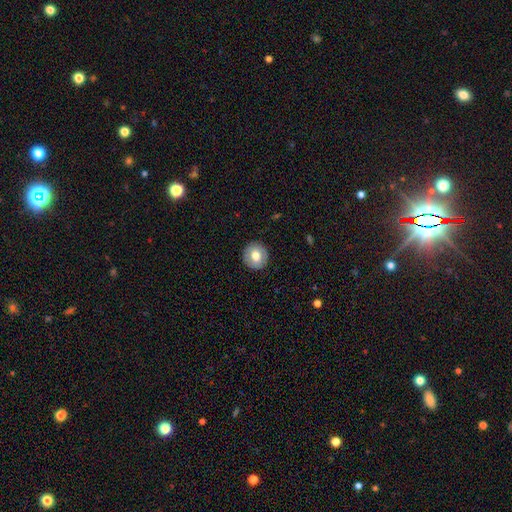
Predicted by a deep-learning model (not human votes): Smooth or featured? Predicted: smooth (p=0.69). How rounded? Predicted: round (p=0.90). Merging? Predicted: none (p=0.90).